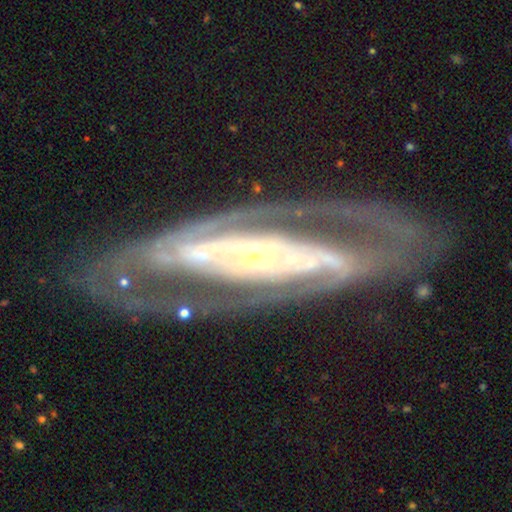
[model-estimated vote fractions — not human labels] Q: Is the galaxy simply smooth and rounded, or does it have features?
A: featured or disk — 88%.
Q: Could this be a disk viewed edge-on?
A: no — 86%.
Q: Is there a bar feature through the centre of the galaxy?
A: no — 45%.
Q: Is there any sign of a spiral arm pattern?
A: yes — 89%.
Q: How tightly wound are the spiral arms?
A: tight — 48%.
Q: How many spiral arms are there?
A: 2 — 75%.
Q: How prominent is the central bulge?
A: small — 62%.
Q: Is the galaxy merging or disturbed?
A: none — 76%.